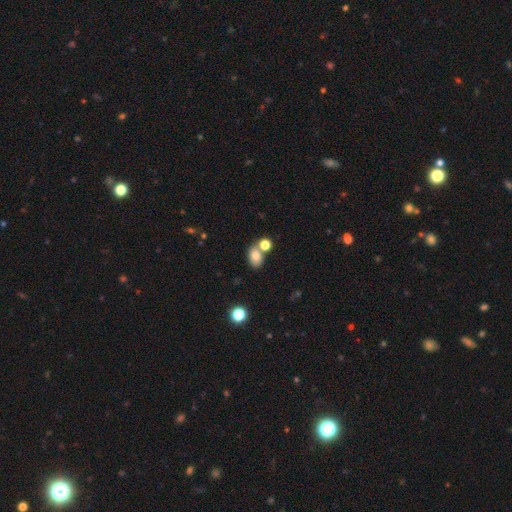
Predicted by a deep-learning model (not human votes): Morphology: type=smooth (80%); roundness=in between (75%); merging=none (54%).